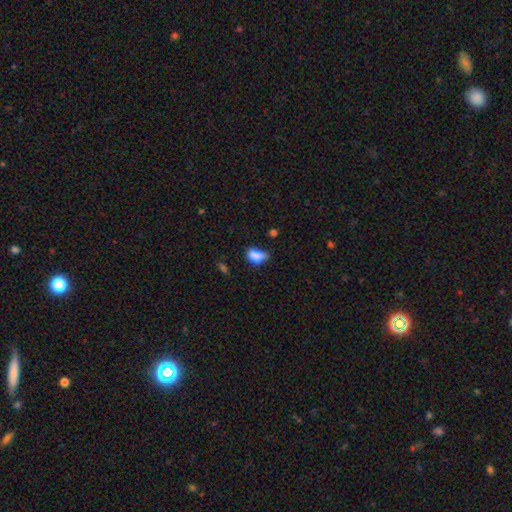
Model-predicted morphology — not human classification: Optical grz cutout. It shows a smooth galaxy with no disk features (83%) that is in between round and cigar-shaped (85%). Merging: none (41%).